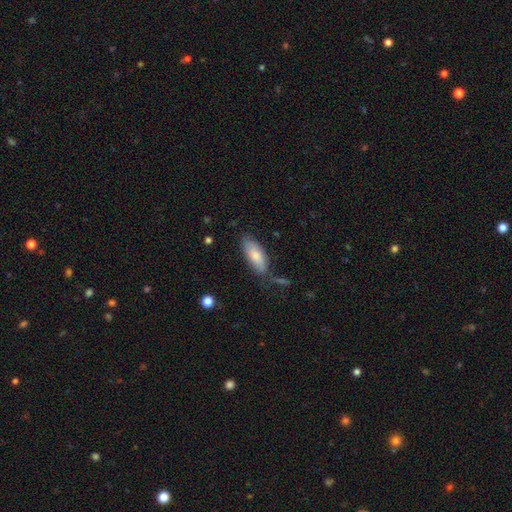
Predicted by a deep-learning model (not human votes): The model was most divided on "merging": none: 67%, minor disturbance: 22%, major disturbance: 6%, merger: 4%. More confident: how rounded — in between (82%); smooth or featured — smooth (77%).